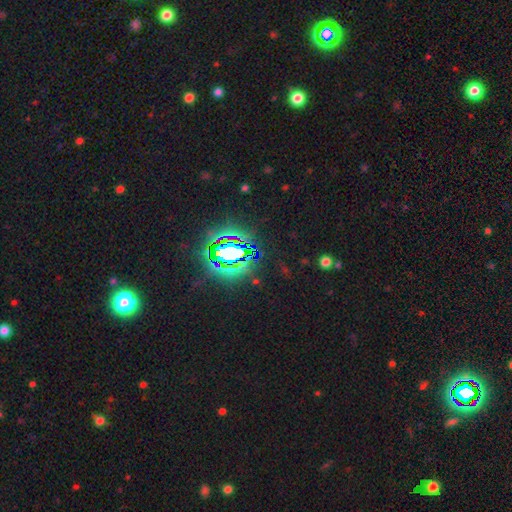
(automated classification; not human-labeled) A star or artifact, not a galaxy (83%).